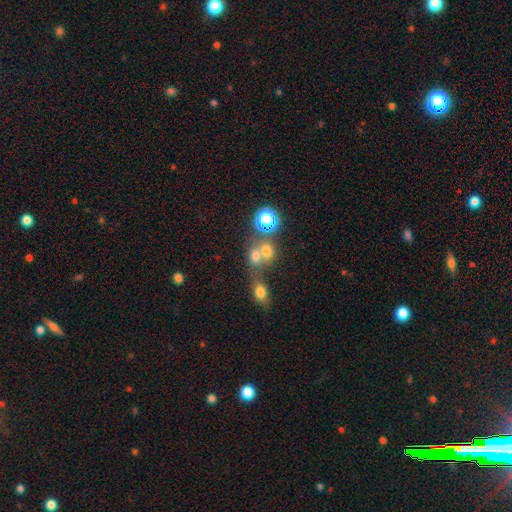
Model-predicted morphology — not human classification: This is likely a smooth galaxy (65%). How rounded: possibly round (60%). Merging: possibly merger (54%).